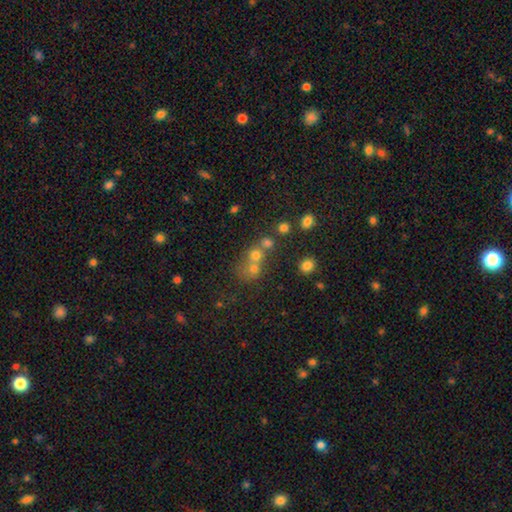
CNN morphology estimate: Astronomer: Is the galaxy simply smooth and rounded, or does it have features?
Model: smooth — 62%.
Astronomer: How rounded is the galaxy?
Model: round — 79%.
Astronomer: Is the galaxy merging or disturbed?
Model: merger — 52% (runner-up: none, 36%).